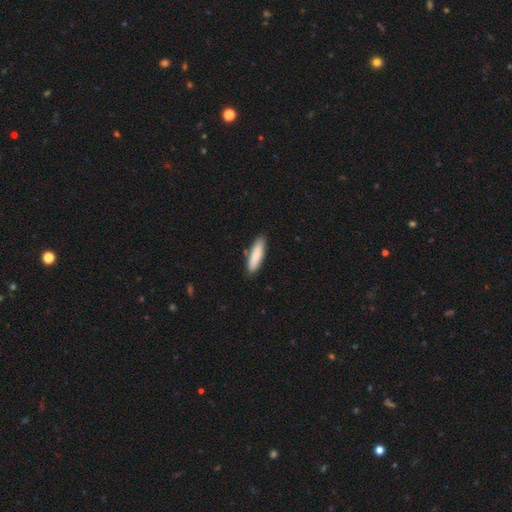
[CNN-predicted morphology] Smooth or featured?
  - smooth: 86% *
  - featured or disk: 8%
  - star or artifact: 6%
How rounded?
  - cigar-shaped: 64% *
  - in between: 35%
  - round: 1%
Merging?
  - none: 86% *
  - minor disturbance: 10%
  - merger: 2%
  - major disturbance: 2%